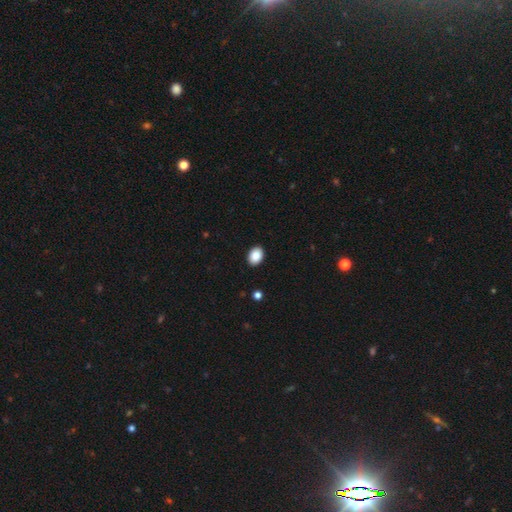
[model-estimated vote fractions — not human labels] Smooth or featured? smooth (89%)
How rounded? in between (76%)
Merging? none (91%)